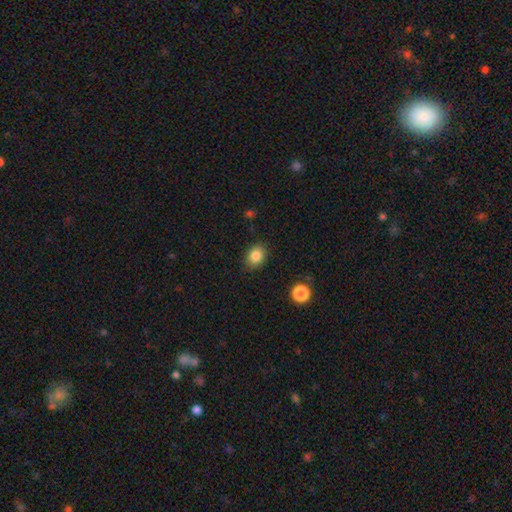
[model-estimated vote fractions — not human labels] This is clearly a smooth galaxy (84%). How rounded: possibly in between (56%). Merging: clearly none (86%).